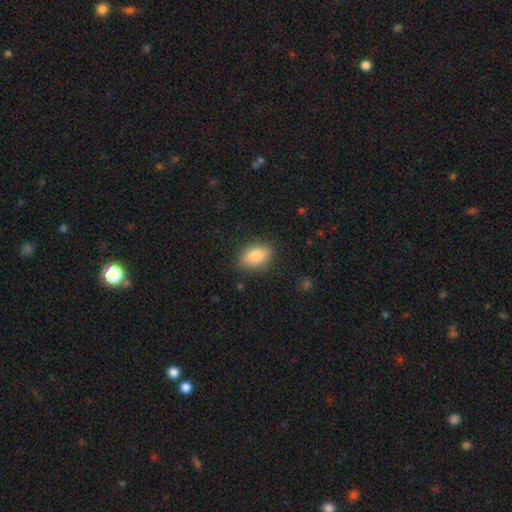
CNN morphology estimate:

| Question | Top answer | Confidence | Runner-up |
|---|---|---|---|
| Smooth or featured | smooth | 84% | featured or disk (9%) |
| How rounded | in between | 84% | round (14%) |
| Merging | none | 84% | minor disturbance (12%) |